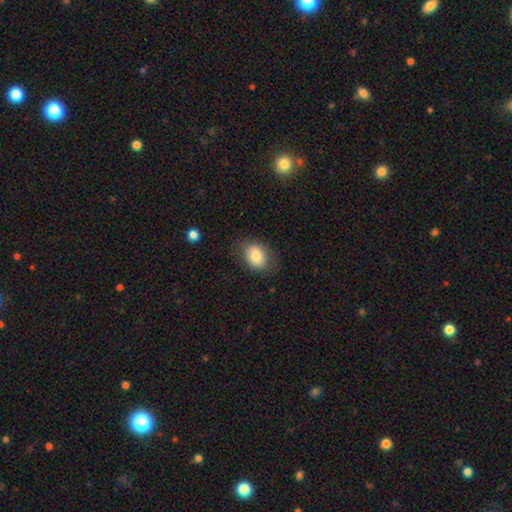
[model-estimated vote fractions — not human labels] A smooth galaxy with no disk features (80%) that is in between round and cigar-shaped (64%). Merging: none (76%).